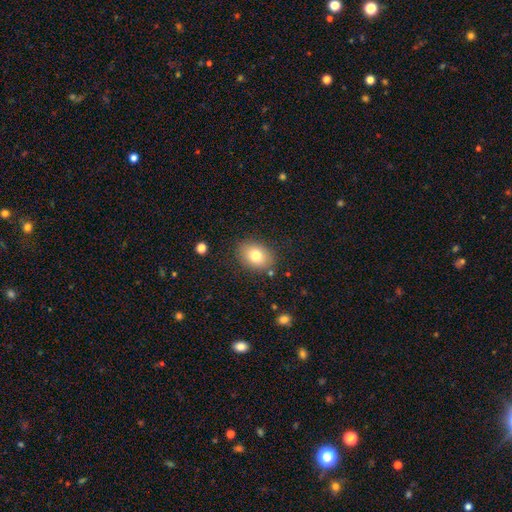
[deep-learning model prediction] This is likely a smooth galaxy (77%). How rounded: likely in between (62%). Merging: clearly none (84%).